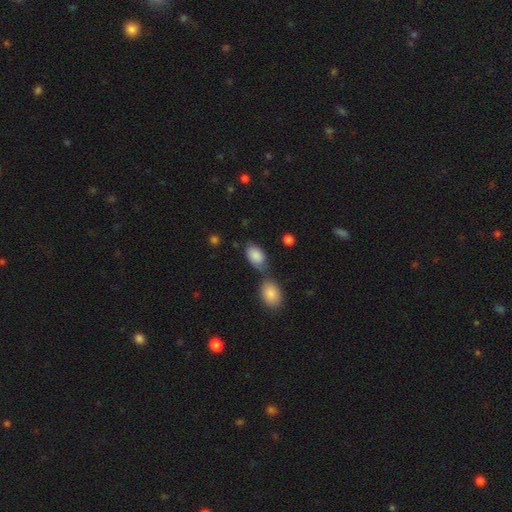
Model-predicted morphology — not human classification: smooth 86%, star or artifact 7%, featured or disk 7%. Down the decision tree: how rounded — in between (92%); merging — none (47%).